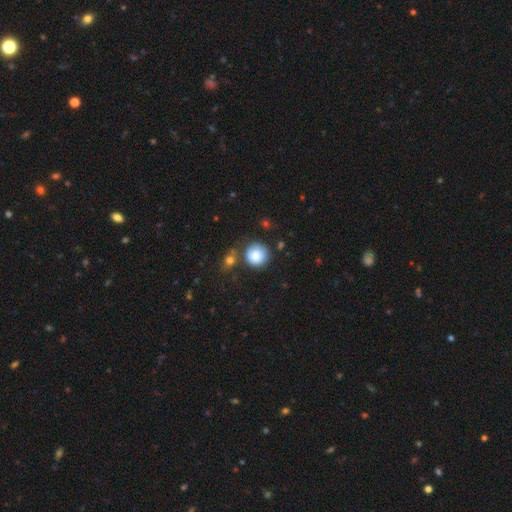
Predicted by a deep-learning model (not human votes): Morphology: type=smooth (83%); roundness=round (92%); merging=none (71%).